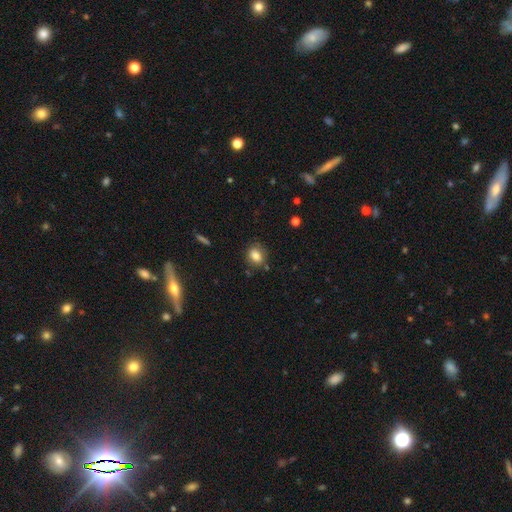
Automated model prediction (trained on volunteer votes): Overall: smooth (80%). How rounded: in between (50%; round 48%). Merging: none (78%).